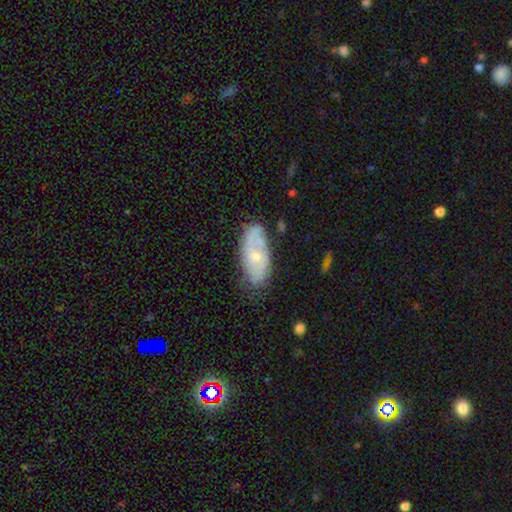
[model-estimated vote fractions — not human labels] A featured or disk galaxy (55%).

Vote fractions:
- Smooth or featured? featured or disk: 55% / smooth: 38% / star or artifact: 7%
- Edge-on disk? no: 90% / yes: 10%
- Merging? none: 63% / minor disturbance: 27% / major disturbance: 7% / merger: 3%